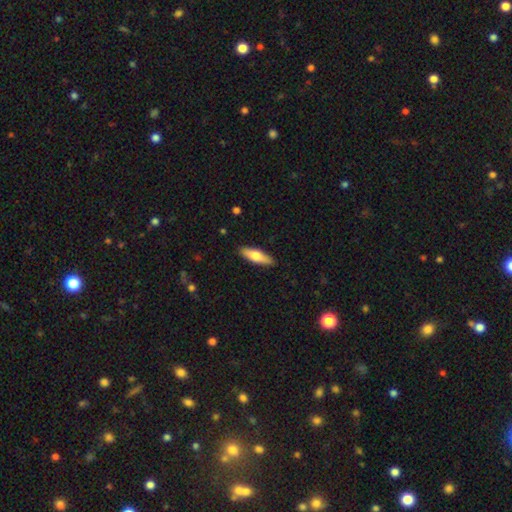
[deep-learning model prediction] This appears to be a smooth galaxy with no disk features (63%) that is cigar-shaped (52%). Merging: none (89%).